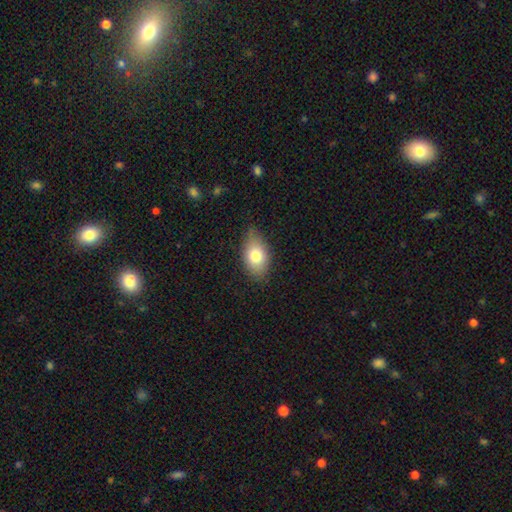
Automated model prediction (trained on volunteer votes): Overall: smooth (77%). How rounded: in between (88%). Merging: none (77%).